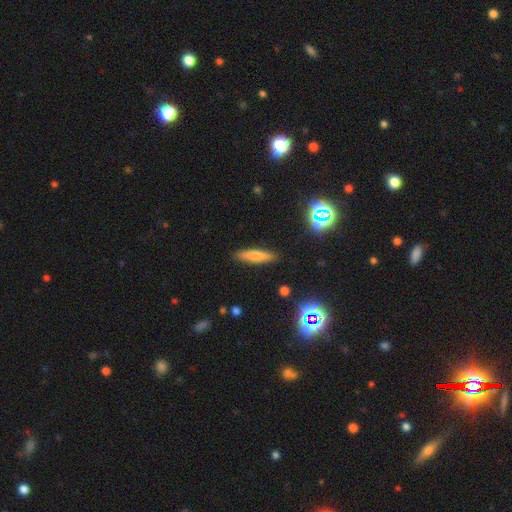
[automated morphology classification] This appears to be a smooth galaxy with no disk features (72%) that is cigar-shaped (78%). Merging: none (89%).